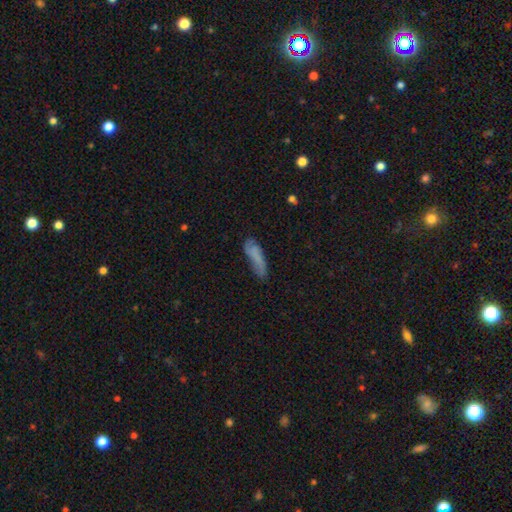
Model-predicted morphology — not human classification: A smooth galaxy with no disk features (69%) that is cigar-shaped (63%). Merging: none (51%).